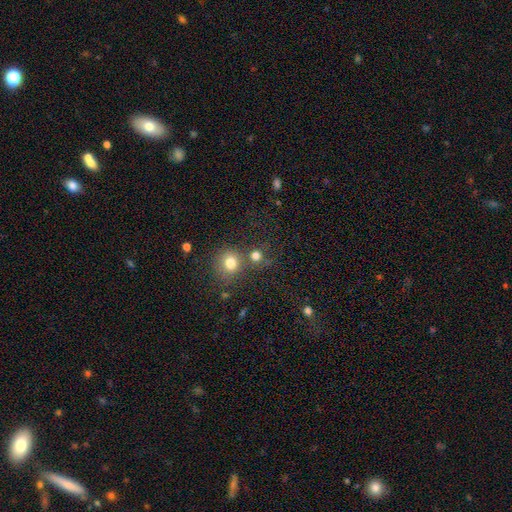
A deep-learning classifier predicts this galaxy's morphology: Smooth or featured: smooth — 76% (star or artifact — 16%)
How rounded: round — 88% (in between — 11%)
Merging: none — 60% (merger — 26%)